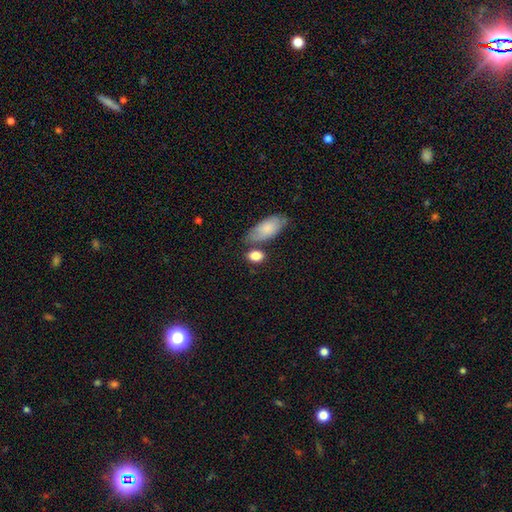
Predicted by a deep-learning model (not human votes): smooth_or_featured: smooth (p=0.86) [alt: star or artifact p=0.07]
how_rounded: in between (p=0.77) [alt: round p=0.19]
merging: none (p=0.61) [alt: minor disturbance p=0.17]